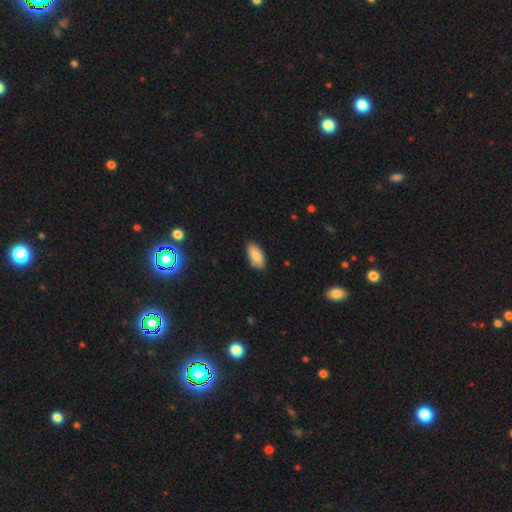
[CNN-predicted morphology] Smooth or featured? Predicted: smooth (p=0.86). How rounded? Predicted: in between (p=0.91). Merging? Predicted: none (p=0.85).